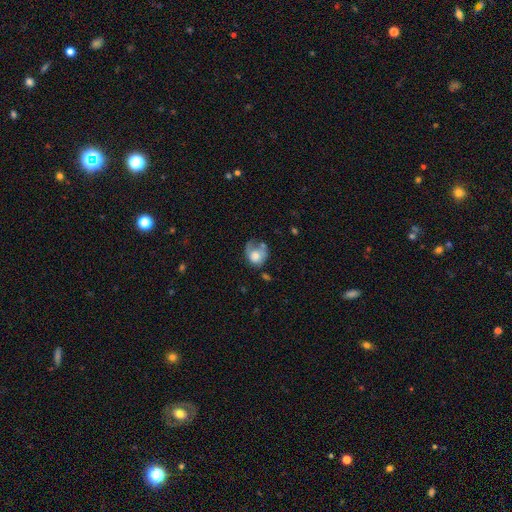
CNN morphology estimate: Smooth or featured? smooth (62%)
How rounded? round (59%)
Merging? major disturbance (34%)